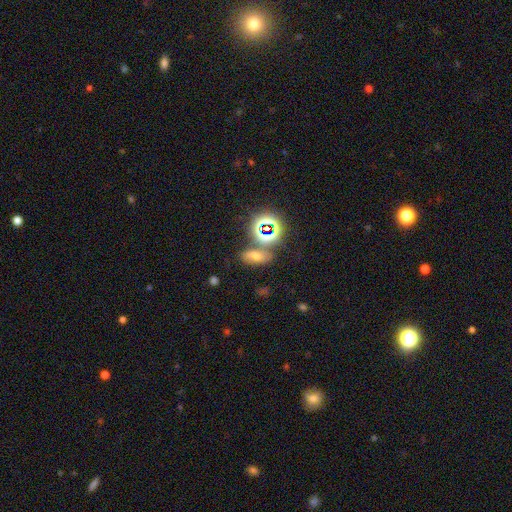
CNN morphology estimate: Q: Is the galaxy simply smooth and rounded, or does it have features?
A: smooth — 46%.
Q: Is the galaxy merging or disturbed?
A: none — 64%.